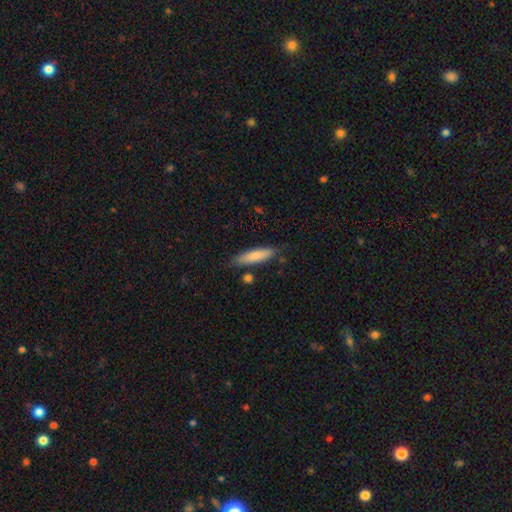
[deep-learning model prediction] Smooth or featured? Predicted: smooth (p=0.81). How rounded? Predicted: cigar-shaped (p=0.74). Merging? Predicted: none (p=0.78).